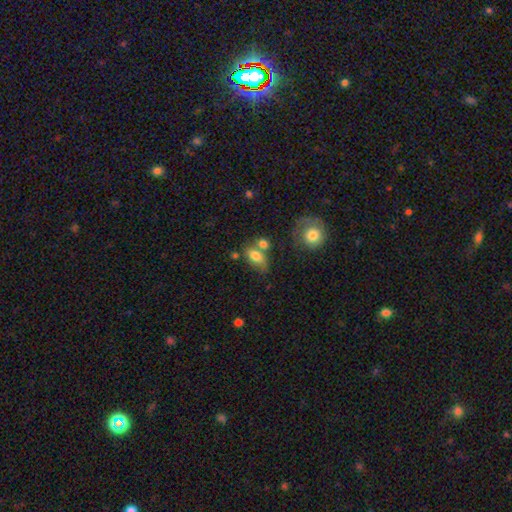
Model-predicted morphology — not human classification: smooth_or_featured: smooth (p=0.79) [alt: featured or disk p=0.12]
how_rounded: in between (p=0.86) [alt: round p=0.11]
merging: none (p=0.42) [alt: merger p=0.32]